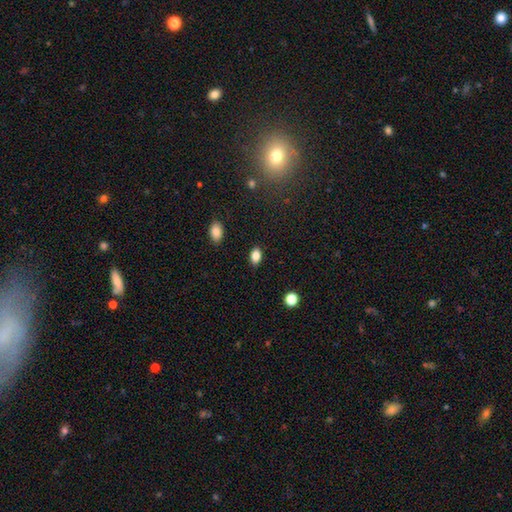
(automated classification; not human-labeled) Smooth or featured: smooth — 86% (star or artifact — 9%)
How rounded: in between — 87% (round — 11%)
Merging: none — 86% (minor disturbance — 10%)